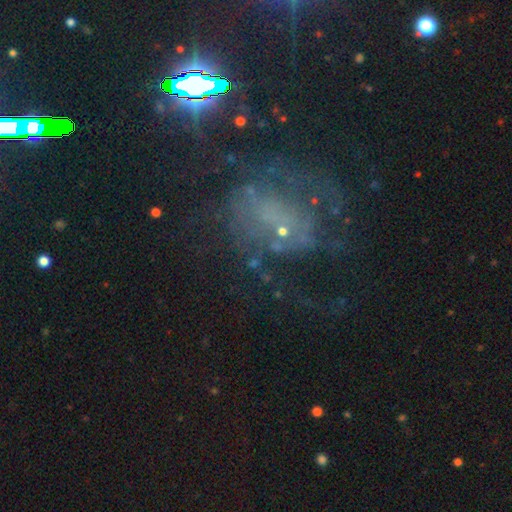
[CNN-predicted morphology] This appears to be a featured or disk galaxy (54%) with no bar (76%), no spiral arms (50%, tied with yes) and a small central bulge (54%). Merging: none (48%).